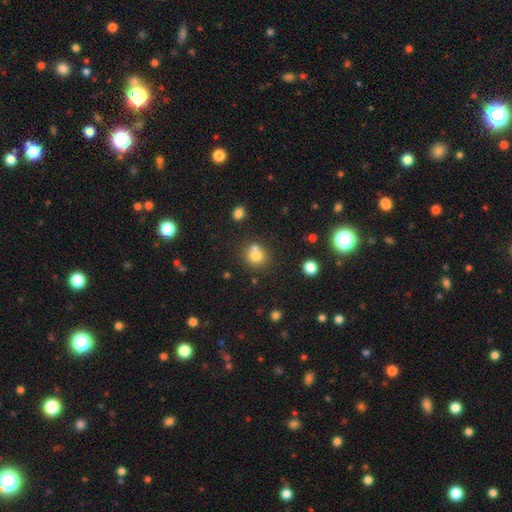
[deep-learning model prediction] The model was most divided on "merging": none: 54%, merger: 34%, minor disturbance: 9%, major disturbance: 3%. More confident: how rounded — round (85%); smooth or featured — smooth (74%).